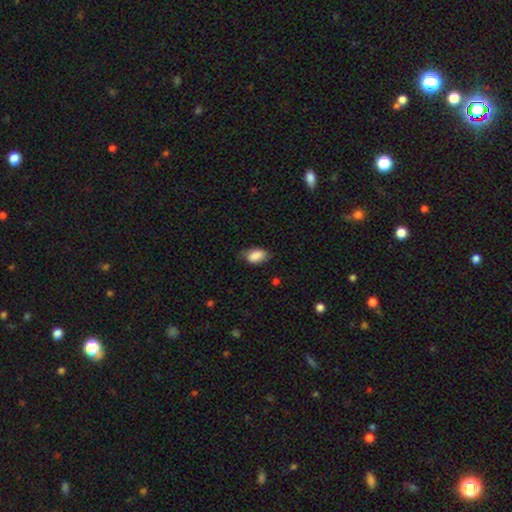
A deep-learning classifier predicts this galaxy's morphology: Smooth or featured?
  - smooth: 86% *
  - star or artifact: 7%
  - featured or disk: 7%
How rounded?
  - in between: 91% *
  - round: 7%
  - cigar-shaped: 3%
Merging?
  - none: 66% *
  - minor disturbance: 27%
  - major disturbance: 6%
  - merger: 1%